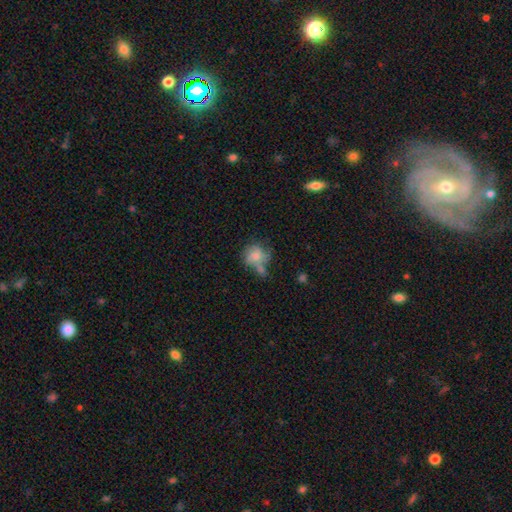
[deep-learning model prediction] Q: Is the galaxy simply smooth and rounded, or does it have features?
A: smooth — 66%.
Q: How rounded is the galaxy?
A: round — 67%.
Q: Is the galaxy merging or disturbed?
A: none — 37%.